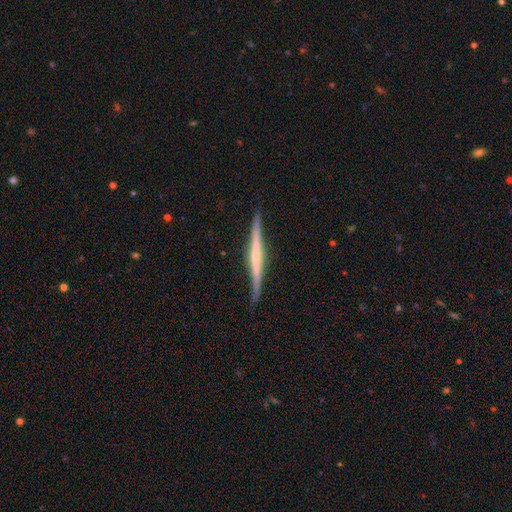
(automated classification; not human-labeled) Morphology: type=featured or disk (70%); edge-on=yes (97%); edge-on bulge=none (59%); merging=none (86%).